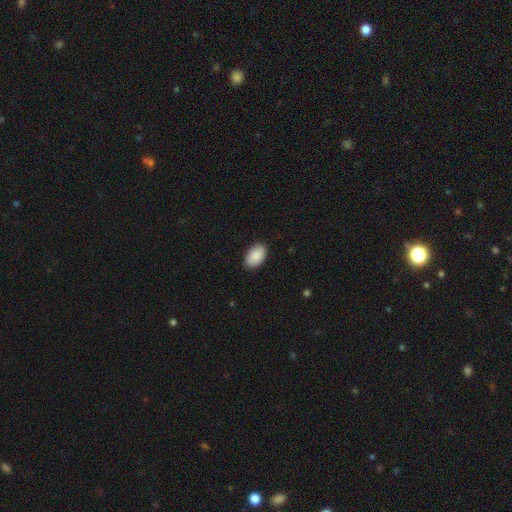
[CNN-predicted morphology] The model was most divided on "merging": none: 88%, minor disturbance: 9%, major disturbance: 2%, merger: 1%. More confident: how rounded — in between (93%); smooth or featured — smooth (90%).